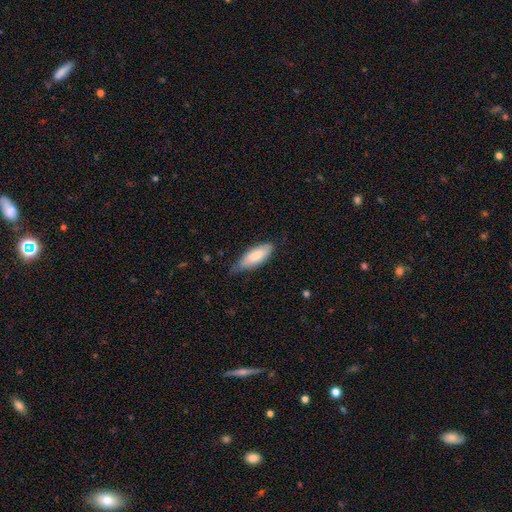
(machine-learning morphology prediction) This appears to be a smooth galaxy with no disk features (80%) that is in between round and cigar-shaped (73%). Merging: none (57%).